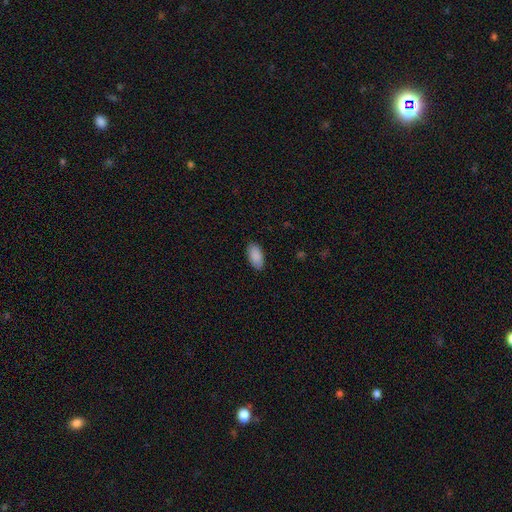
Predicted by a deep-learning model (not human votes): The model was most divided on "merging": none: 88%, minor disturbance: 9%, major disturbance: 2%, merger: 1%. More confident: how rounded — in between (94%); smooth or featured — smooth (90%).